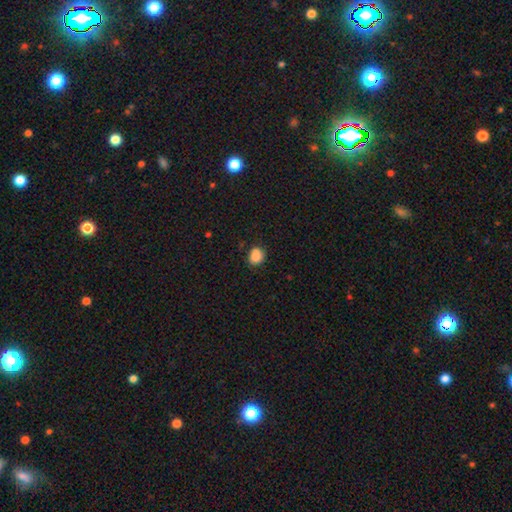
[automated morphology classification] A smooth galaxy with no disk features (85%) that is round (58%).

Vote fractions:
- Smooth or featured? smooth: 85% / star or artifact: 10% / featured or disk: 5%
- How rounded? round: 58% / in between: 41% / cigar-shaped: 1%
- Merging? none: 69% / minor disturbance: 21% / merger: 6% / major disturbance: 5%